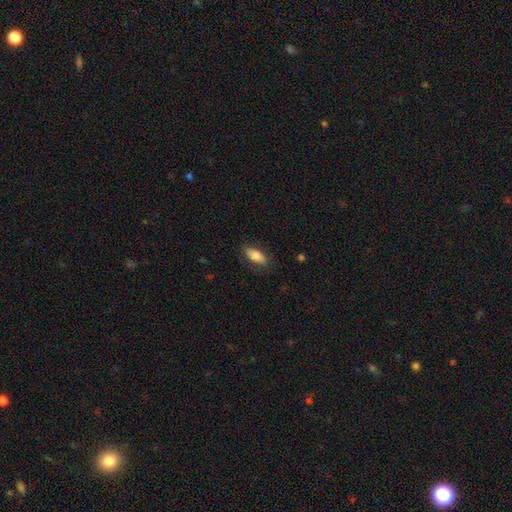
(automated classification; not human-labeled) Smooth or featured: smooth — 80% (featured or disk — 14%)
How rounded: in between — 84% (cigar-shaped — 13%)
Merging: none — 82% (minor disturbance — 14%)